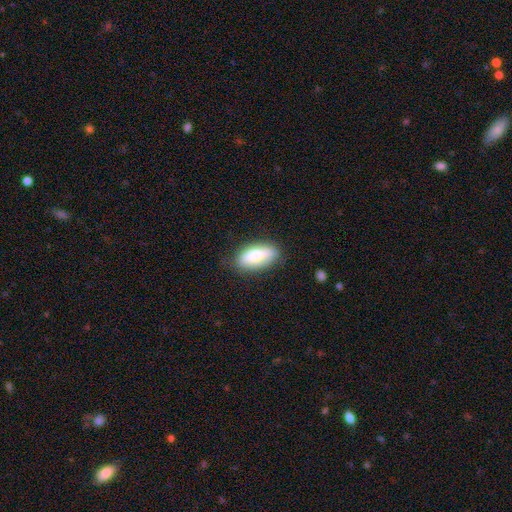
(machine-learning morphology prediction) This is likely a smooth galaxy (76%). How rounded: clearly in between (84%). Merging: likely none (77%).